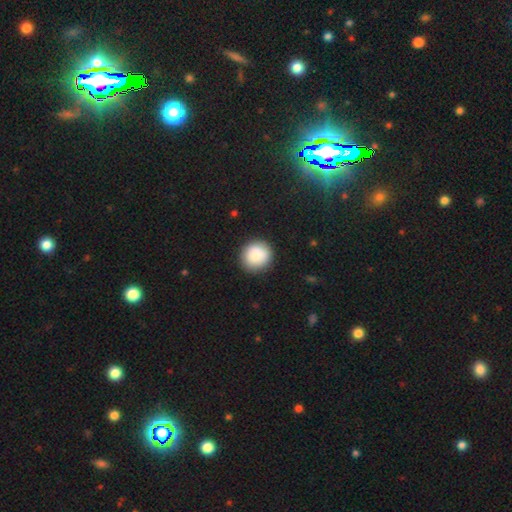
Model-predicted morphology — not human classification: Smooth or featured?
  - smooth: 86% *
  - star or artifact: 7%
  - featured or disk: 7%
How rounded?
  - round: 92% *
  - in between: 7%
  - cigar-shaped: 1%
Merging?
  - none: 89% *
  - minor disturbance: 8%
  - major disturbance: 2%
  - merger: 1%